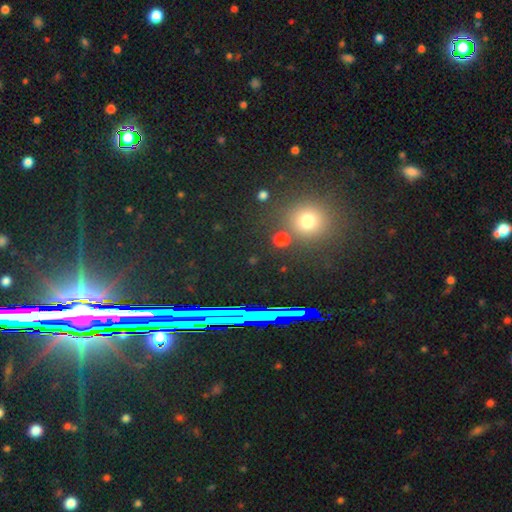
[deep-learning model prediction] This appears to be a star or artifact, not a galaxy (48%).